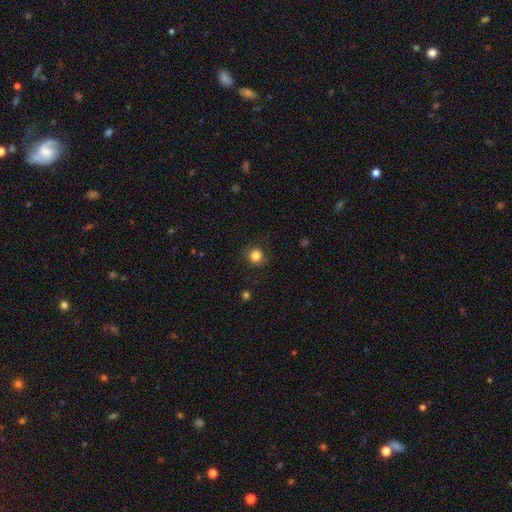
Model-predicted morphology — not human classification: Q: Smooth or featured?
A: smooth (83%); runner-up: star or artifact (11%)
Q: How rounded?
A: round (90%); runner-up: in between (9%)
Q: Merging?
A: none (88%); runner-up: minor disturbance (8%)